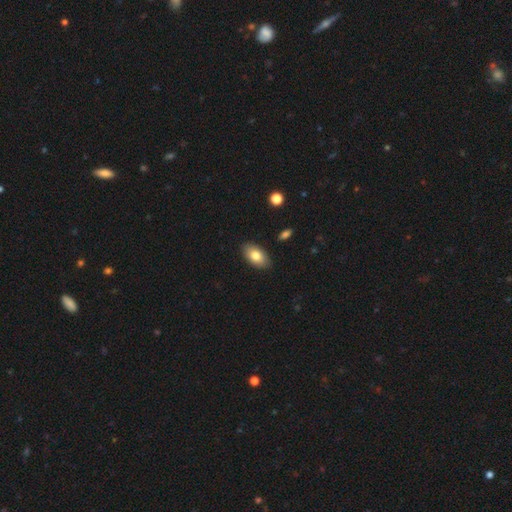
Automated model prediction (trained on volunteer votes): smooth 79%, featured or disk 14%, star or artifact 7%. Down the decision tree: how rounded — in between (93%); merging — none (87%).